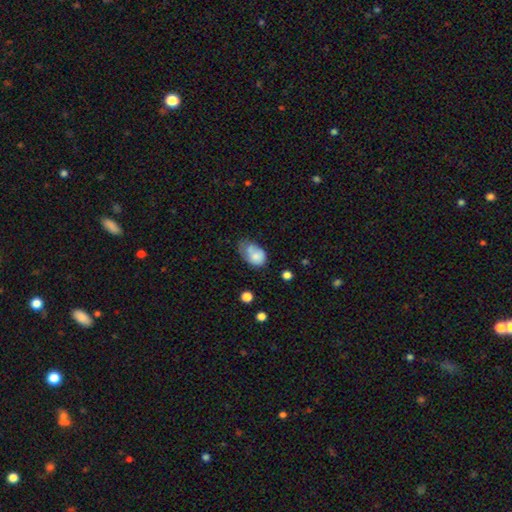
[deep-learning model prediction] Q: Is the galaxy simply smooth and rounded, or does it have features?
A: smooth — 68%.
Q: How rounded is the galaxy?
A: in between — 80%.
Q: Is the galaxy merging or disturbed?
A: minor disturbance — 36%.